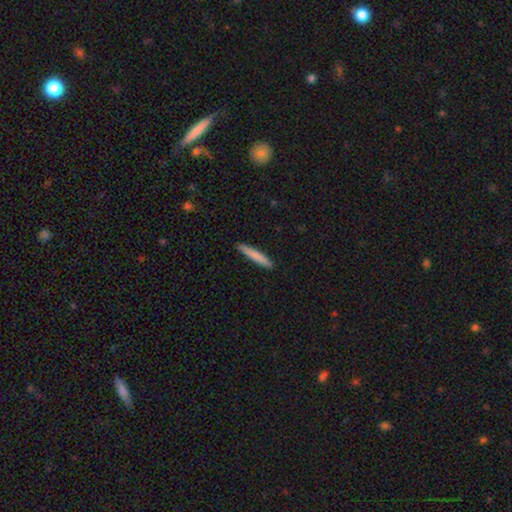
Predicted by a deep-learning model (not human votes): Smooth or featured? Predicted: smooth (p=0.79). How rounded? Predicted: cigar-shaped (p=0.95). Merging? Predicted: none (p=0.89).